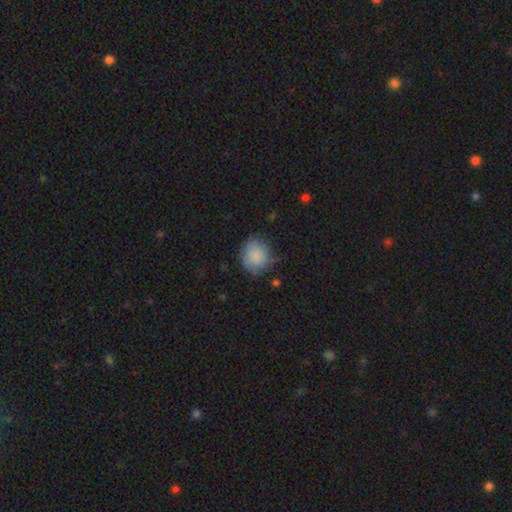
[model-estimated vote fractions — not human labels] This appears to be a smooth galaxy with no disk features (86%) that is round (73%). Merging: none (67%).